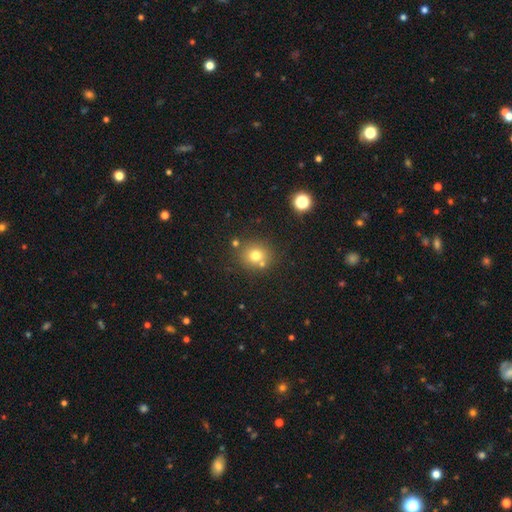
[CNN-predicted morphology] type=smooth (73%); roundness=round (85%); merging=none (73%).